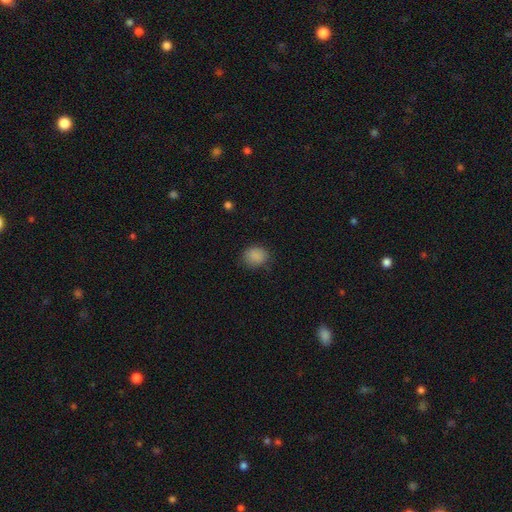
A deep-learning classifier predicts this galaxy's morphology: This appears to be a smooth galaxy with no disk features (86%) that is round (61%). Merging: none (79%).